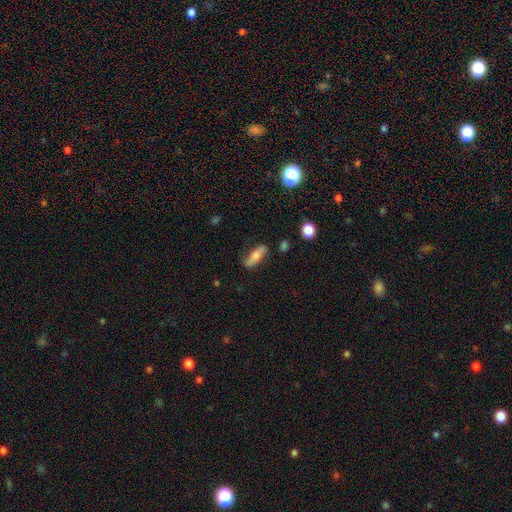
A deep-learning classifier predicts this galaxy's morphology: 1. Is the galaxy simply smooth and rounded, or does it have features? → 66% smooth, 27% featured or disk, 7% star or artifact.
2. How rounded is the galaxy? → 53% in between, 44% cigar-shaped, 3% round.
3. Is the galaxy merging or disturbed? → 77% none, 17% minor disturbance, 4% major disturbance, 3% merger.